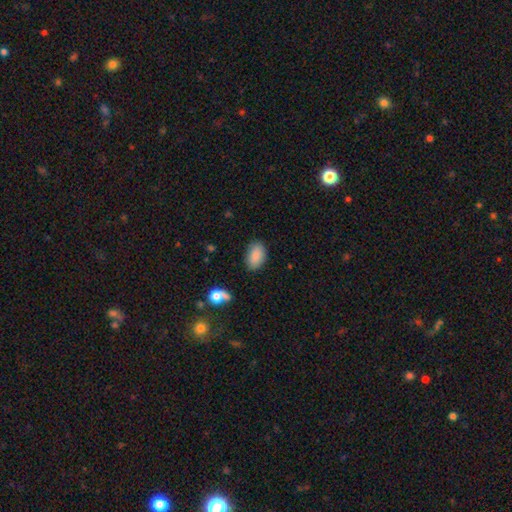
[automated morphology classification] Smooth or featured? Predicted: smooth (p=0.87). How rounded? Predicted: in between (p=0.91). Merging? Predicted: none (p=0.83).